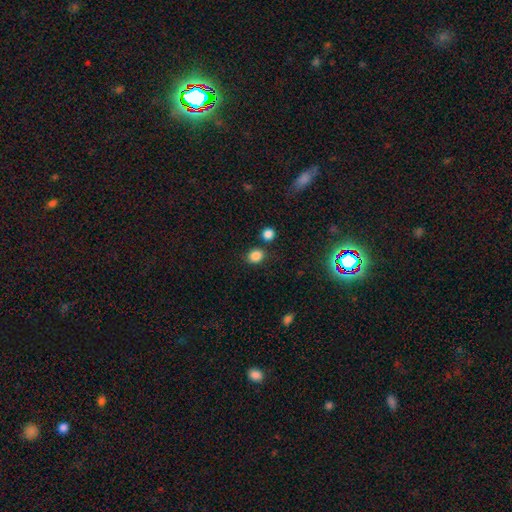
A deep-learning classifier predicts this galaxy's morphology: A smooth galaxy with no disk features (84%) that is round (57%). Merging: none (77%).